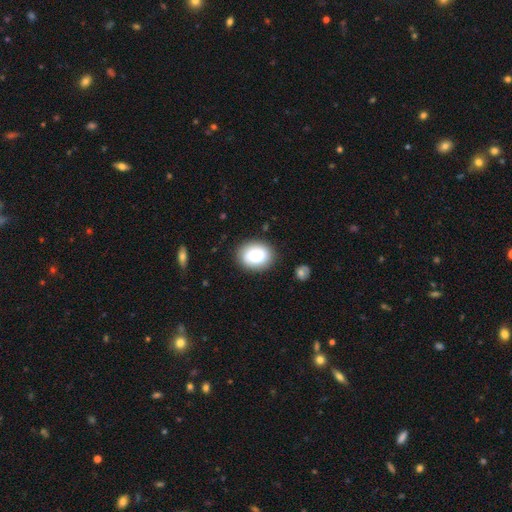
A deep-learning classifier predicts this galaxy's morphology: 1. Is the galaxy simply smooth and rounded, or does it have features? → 65% smooth, 27% featured or disk, 8% star or artifact.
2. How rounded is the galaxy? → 53% round, 46% in between, 1% cigar-shaped.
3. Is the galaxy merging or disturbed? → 84% none, 11% minor disturbance, 3% major disturbance, 2% merger.